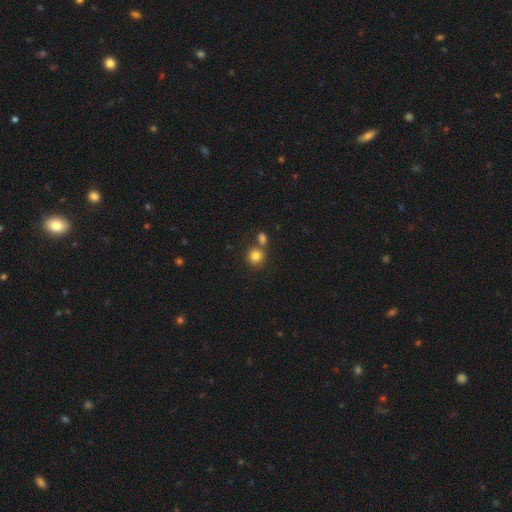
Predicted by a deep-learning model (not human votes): smooth-or-featured: smooth: 82% | star or artifact: 11% | featured or disk: 7%
  how-rounded: round: 88% | in between: 11% | cigar-shaped: 1%
  merging: none: 61% | merger: 26% | minor disturbance: 9% | major disturbance: 3%